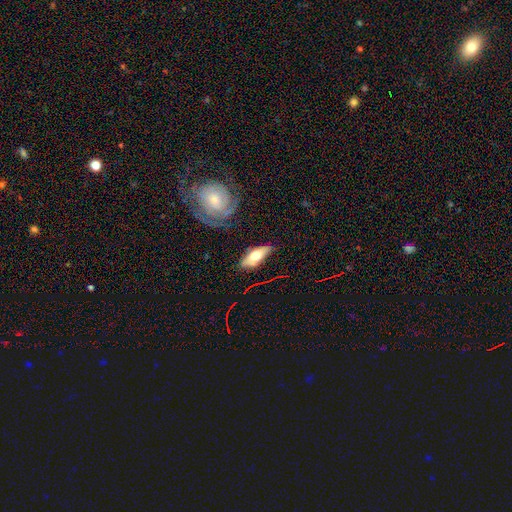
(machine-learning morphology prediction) type=smooth (54%); roundness=in between (69%); merging=none (69%).